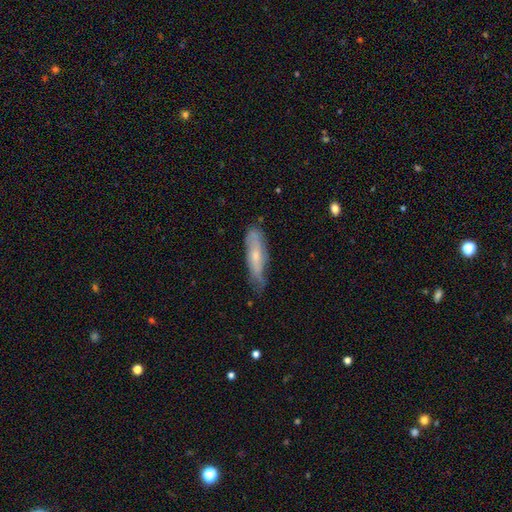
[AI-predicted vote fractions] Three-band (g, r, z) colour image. It shows a featured or disk galaxy (49%). Merging: none (60%).